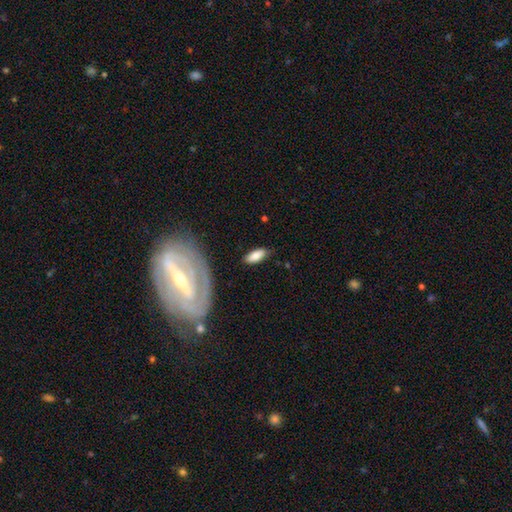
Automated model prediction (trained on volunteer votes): Overall: smooth (78%). How rounded: in between (83%). Merging: none (80%).